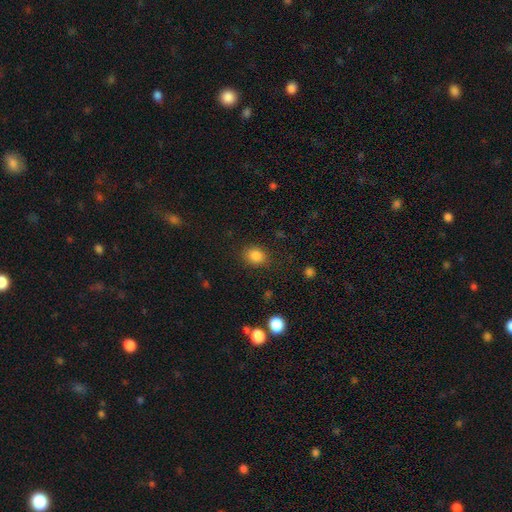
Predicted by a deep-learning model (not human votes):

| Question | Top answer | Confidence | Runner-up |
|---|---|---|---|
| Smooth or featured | smooth | 84% | star or artifact (11%) |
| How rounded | round | 55% | in between (44%) |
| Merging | none | 85% | minor disturbance (10%) |